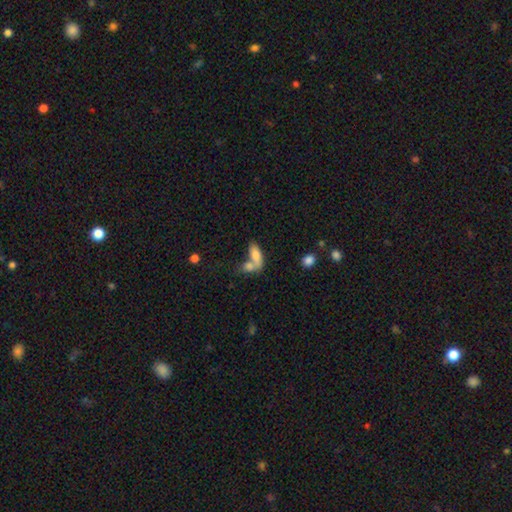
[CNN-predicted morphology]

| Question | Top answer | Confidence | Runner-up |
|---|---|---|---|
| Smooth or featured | smooth | 77% | featured or disk (15%) |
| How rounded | in between | 82% | cigar-shaped (14%) |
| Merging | merger | 61% | none (25%) |